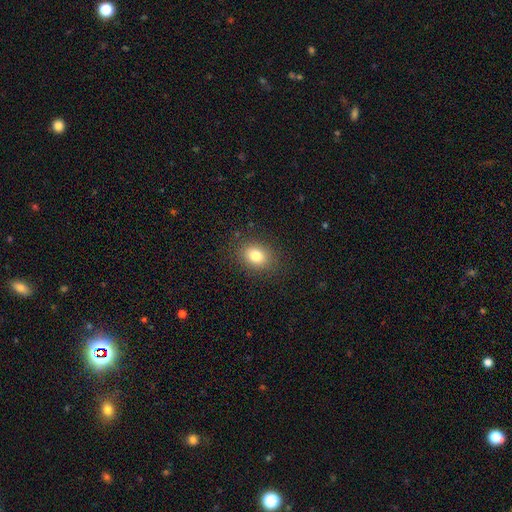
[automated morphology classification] Smooth or featured: smooth — 81% (star or artifact — 11%)
How rounded: in between — 62% (round — 37%)
Merging: none — 86% (minor disturbance — 9%)